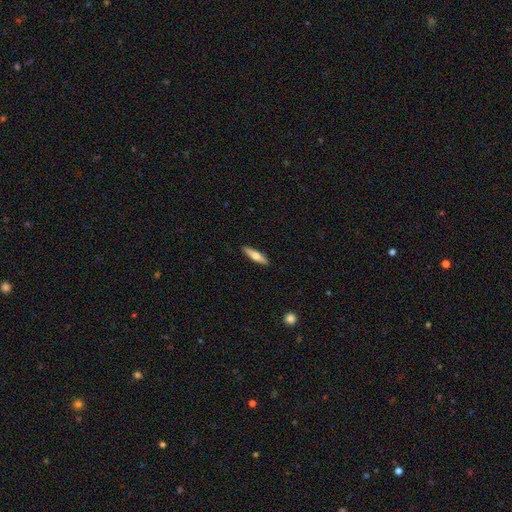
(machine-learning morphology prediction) smooth_or_featured: smooth (p=0.54) [alt: featured or disk p=0.40]
how_rounded: cigar-shaped (p=0.77) [alt: in between p=0.21]
merging: none (p=0.90) [alt: minor disturbance p=0.07]